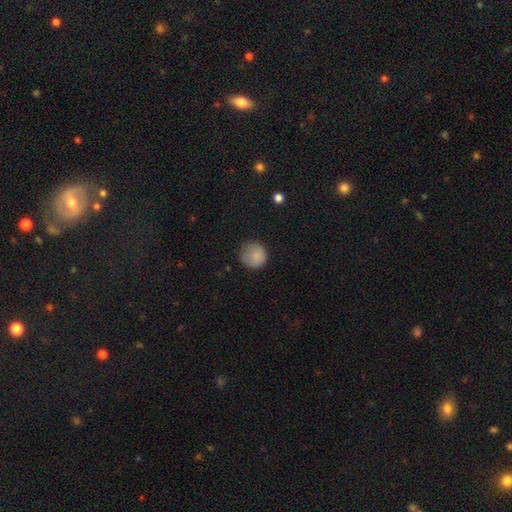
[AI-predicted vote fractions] Overall: smooth (85%). How rounded: round (90%). Merging: none (74%).